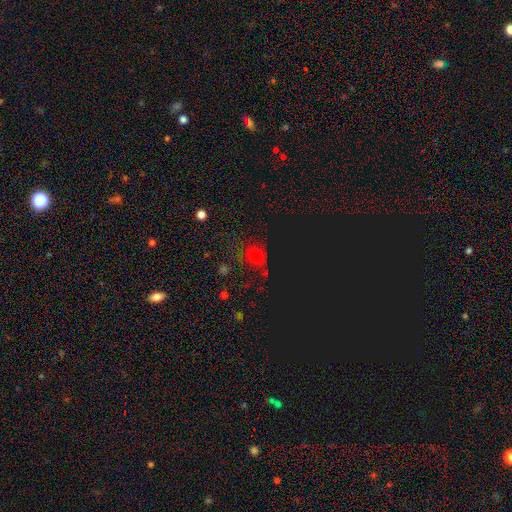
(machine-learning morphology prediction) Overall: smooth (45%; star or artifact 43%). Merging: none (58%; minor disturbance 20%).